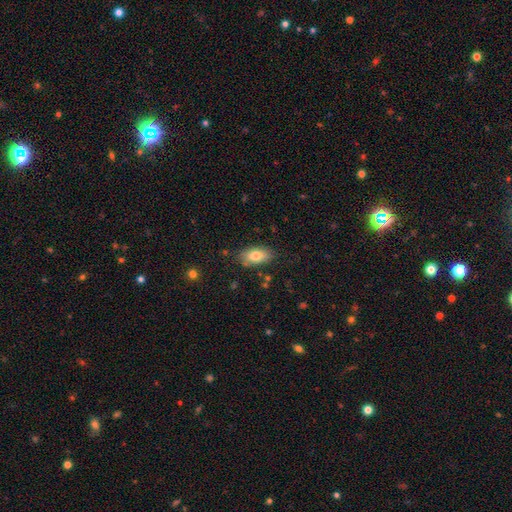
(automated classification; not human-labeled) smooth 80%, featured or disk 13%, star or artifact 7%. Down the decision tree: how rounded — in between (91%); merging — none (81%).